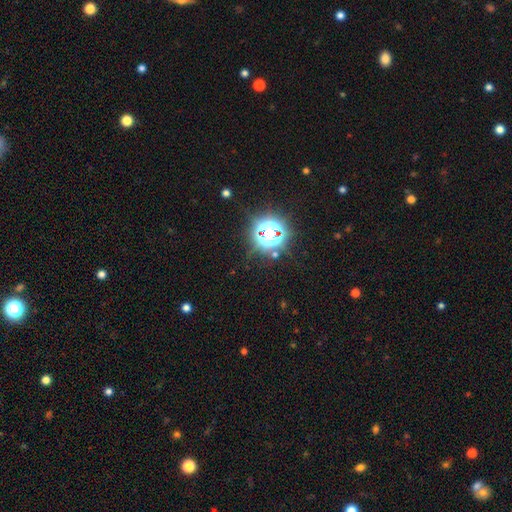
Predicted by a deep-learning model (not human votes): The model was most divided on "smooth or featured": star or artifact: 83%, smooth: 11%, featured or disk: 6%.